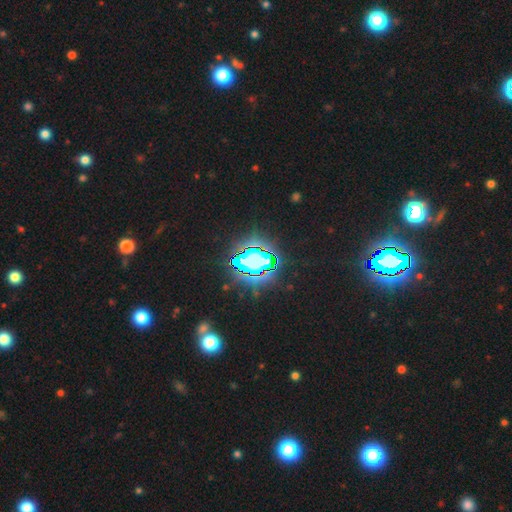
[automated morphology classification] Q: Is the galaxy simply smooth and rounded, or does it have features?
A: star or artifact — 81%.